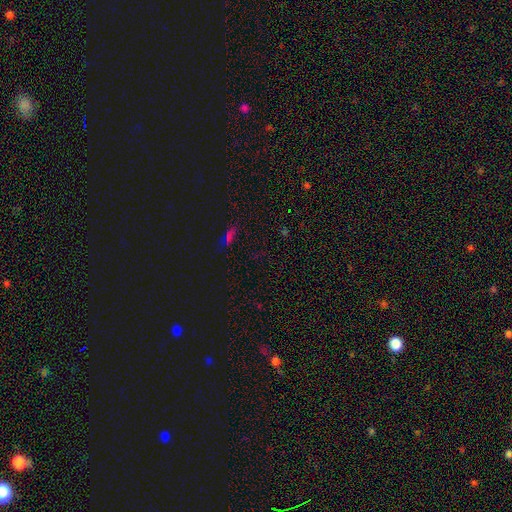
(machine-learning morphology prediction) smooth_or_featured: star or artifact (p=0.56) [alt: smooth p=0.35]